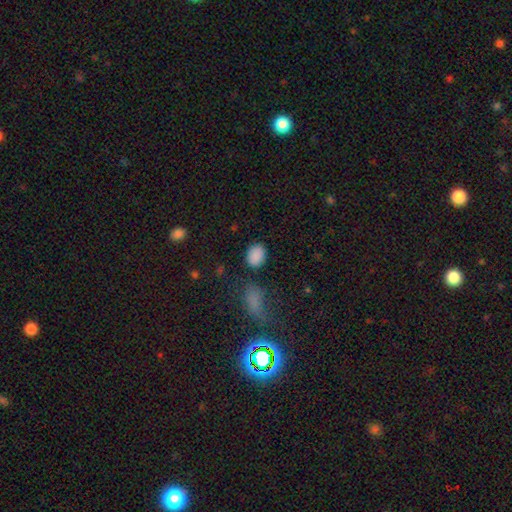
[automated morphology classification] Smooth or featured: smooth — 86% (star or artifact — 10%)
How rounded: in between — 69% (round — 30%)
Merging: none — 81% (minor disturbance — 11%)